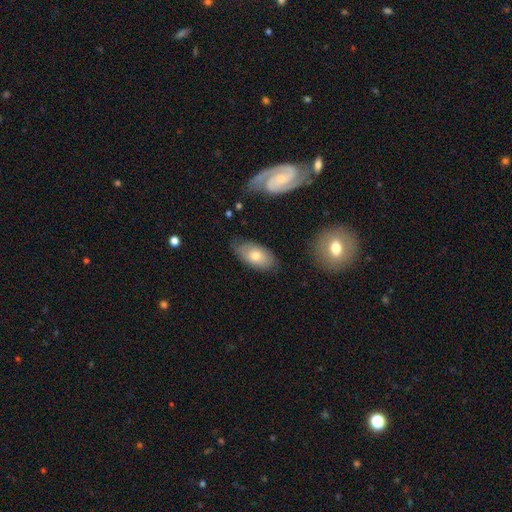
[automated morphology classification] Smooth or featured: smooth — 72% (featured or disk — 21%)
How rounded: in between — 93% (round — 4%)
Merging: none — 75% (minor disturbance — 19%)